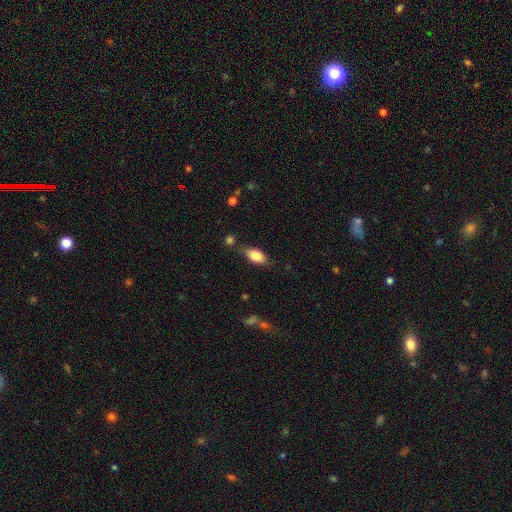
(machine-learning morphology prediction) Smooth or featured? Predicted: smooth (p=0.82). How rounded? Predicted: in between (p=0.88). Merging? Predicted: none (p=0.70).